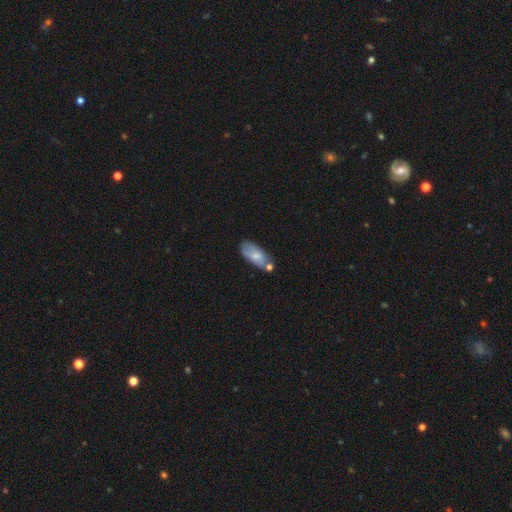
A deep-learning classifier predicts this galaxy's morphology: Overall: smooth (65%; featured or disk 29%). How rounded: in between (85%). Merging: none (47%; minor disturbance 24%).